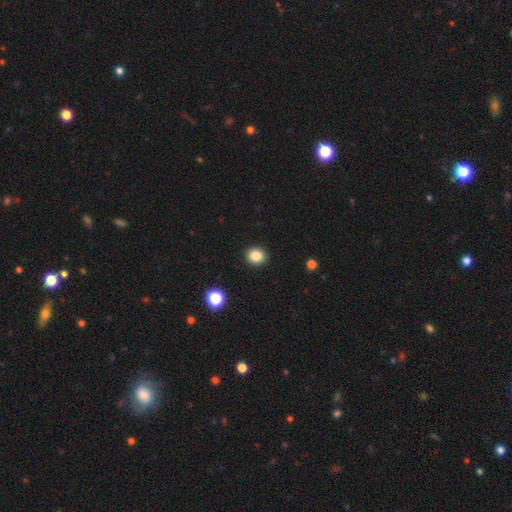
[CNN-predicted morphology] Smooth or featured? smooth (86%)
How rounded? round (74%)
Merging? none (91%)